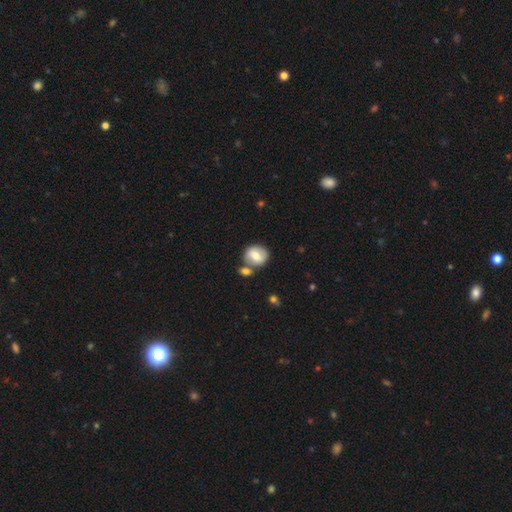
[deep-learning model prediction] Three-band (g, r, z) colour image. It shows a smooth galaxy with no disk features (65%) that is round (78%). Merging: none (59%).